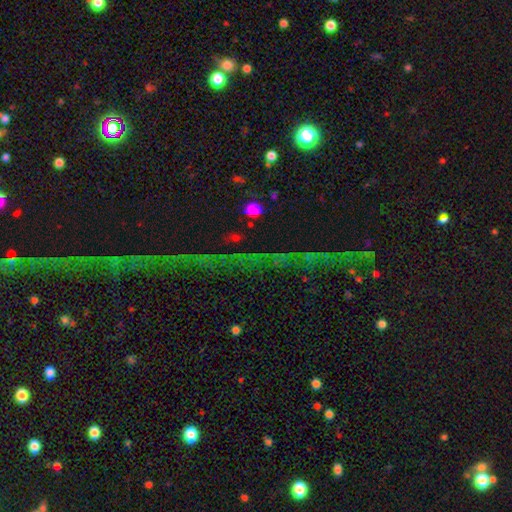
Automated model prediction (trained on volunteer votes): smooth_or_featured: star or artifact (p=0.70) [alt: smooth p=0.17]